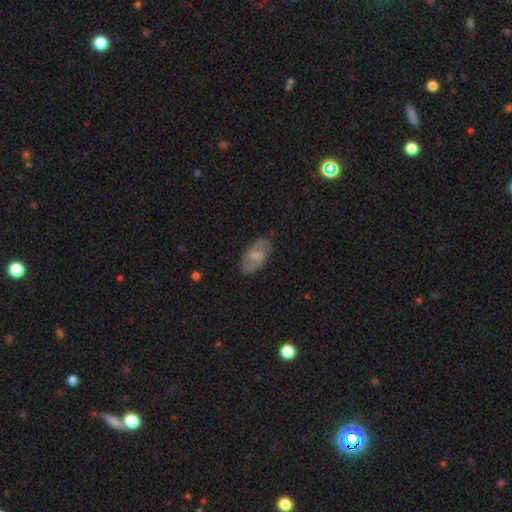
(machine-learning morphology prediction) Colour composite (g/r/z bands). It shows a featured or disk galaxy (63%) with a weak bar (53%), 2 (86%) medium (49%) spiral arms (87%) and a small central bulge (59%). Merging: none (83%).